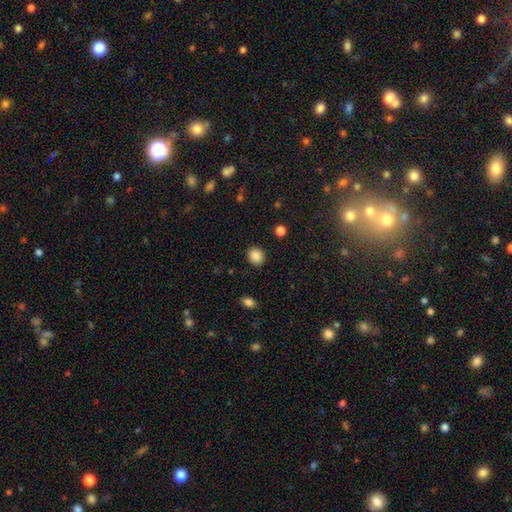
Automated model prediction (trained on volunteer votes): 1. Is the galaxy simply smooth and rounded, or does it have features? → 87% smooth, 9% star or artifact, 3% featured or disk.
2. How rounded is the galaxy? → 75% round, 24% in between, 1% cigar-shaped.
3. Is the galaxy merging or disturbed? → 90% none, 7% minor disturbance, 2% major disturbance, 1% merger.